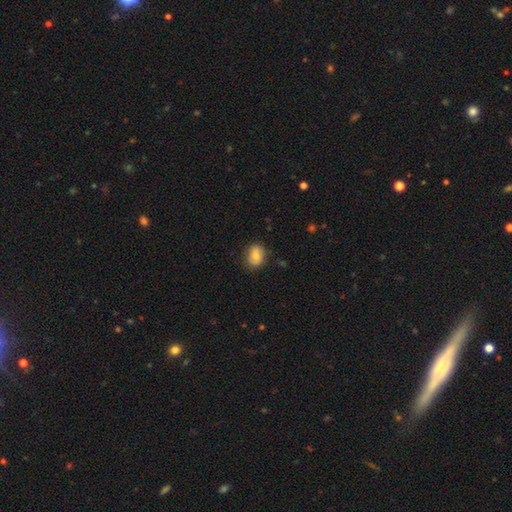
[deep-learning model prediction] Morphology: type=smooth (75%); roundness=in between (60%); merging=none (78%).